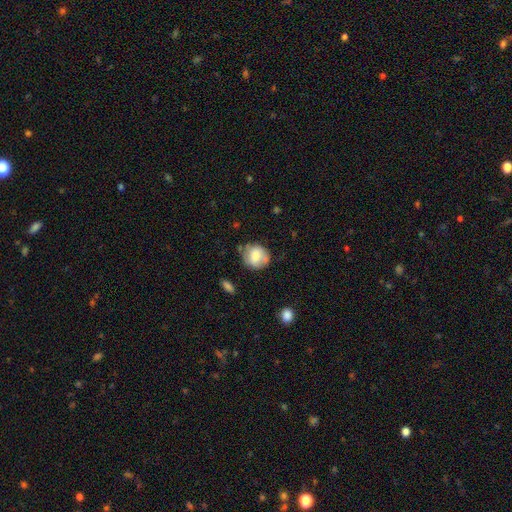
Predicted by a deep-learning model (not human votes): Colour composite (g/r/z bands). It shows a smooth galaxy with no disk features (69%) that is round (80%). Merging: none (65%).